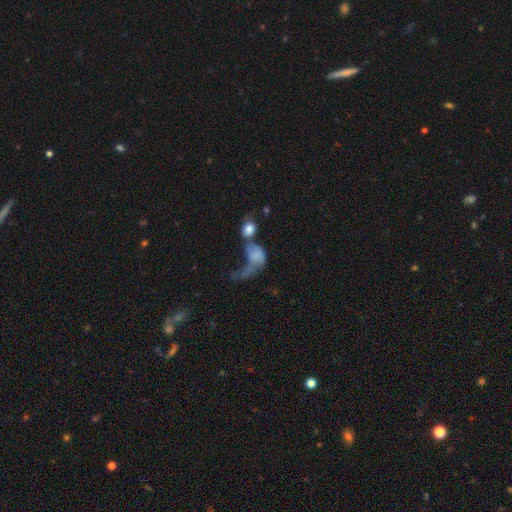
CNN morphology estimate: Smooth or featured? Predicted: smooth (p=0.59). How rounded? Predicted: in between (p=0.73). Merging? Predicted: merger (p=0.45).